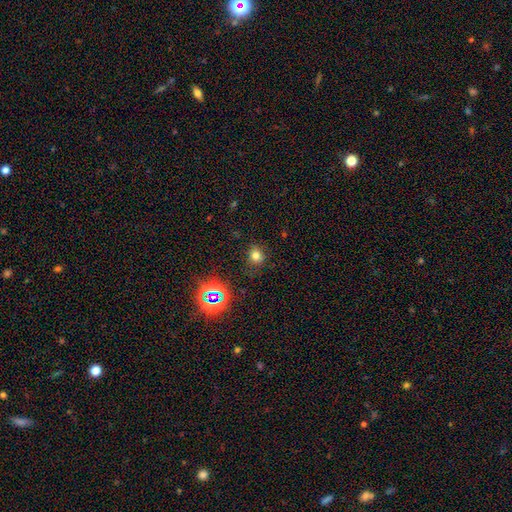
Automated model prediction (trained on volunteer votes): Q: Smooth or featured?
A: smooth (69%); runner-up: star or artifact (23%)
Q: How rounded?
A: round (71%); runner-up: in between (28%)
Q: Merging?
A: none (80%); runner-up: minor disturbance (13%)